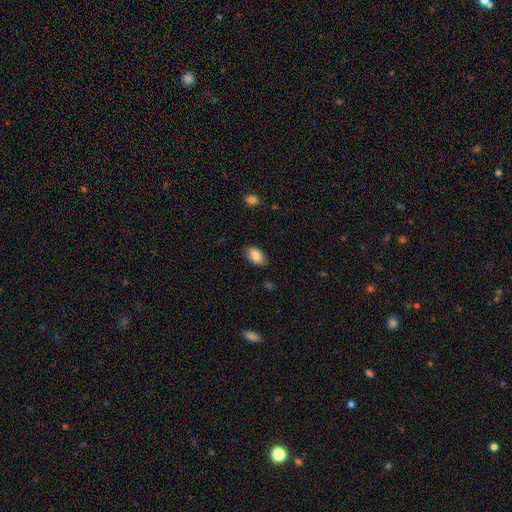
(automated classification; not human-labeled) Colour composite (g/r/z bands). It shows a smooth galaxy with no disk features (85%) that is in between round and cigar-shaped (93%). Merging: none (84%).